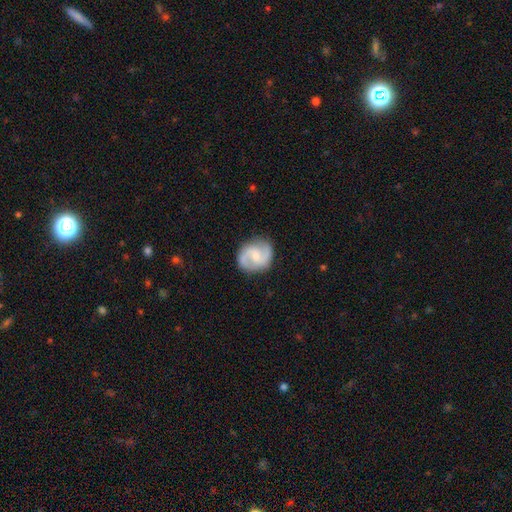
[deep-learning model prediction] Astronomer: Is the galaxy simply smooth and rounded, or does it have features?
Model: featured or disk — 85%.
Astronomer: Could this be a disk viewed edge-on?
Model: no — 98%.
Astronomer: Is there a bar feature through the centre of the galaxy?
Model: weak — 50% (runner-up: no, 39%).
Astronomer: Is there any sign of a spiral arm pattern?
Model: yes — 97%.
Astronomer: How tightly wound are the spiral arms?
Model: medium — 57%.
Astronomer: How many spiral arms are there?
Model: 2 — 93%.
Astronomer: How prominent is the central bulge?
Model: small — 51% (runner-up: moderate, 36%).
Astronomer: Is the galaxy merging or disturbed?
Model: none — 85%.